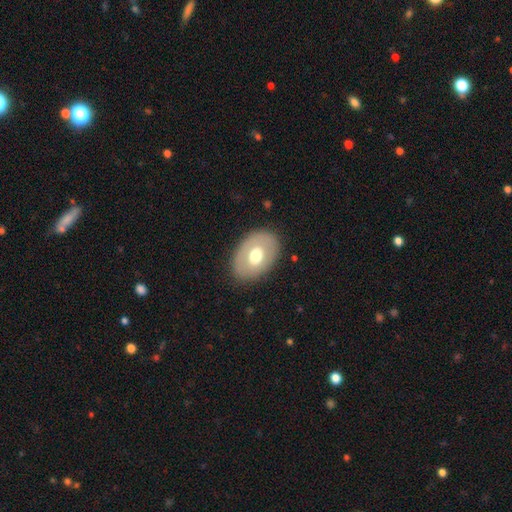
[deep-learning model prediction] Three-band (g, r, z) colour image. It shows a smooth galaxy with no disk features (58%) that is in between round and cigar-shaped (78%). Merging: none (83%).